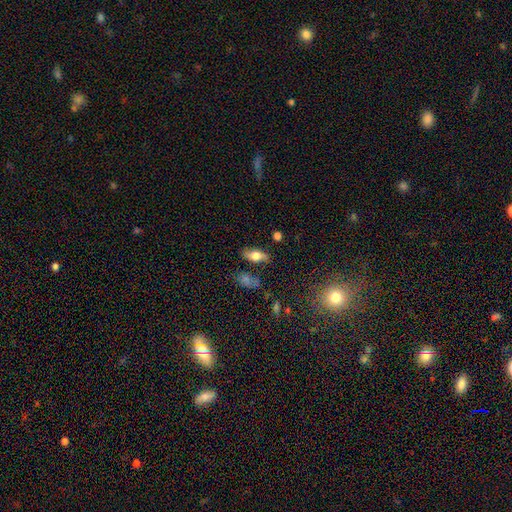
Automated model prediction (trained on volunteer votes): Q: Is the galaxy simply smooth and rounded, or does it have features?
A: smooth — 63%.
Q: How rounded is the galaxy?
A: in between — 78%.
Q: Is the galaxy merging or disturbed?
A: none — 72%.